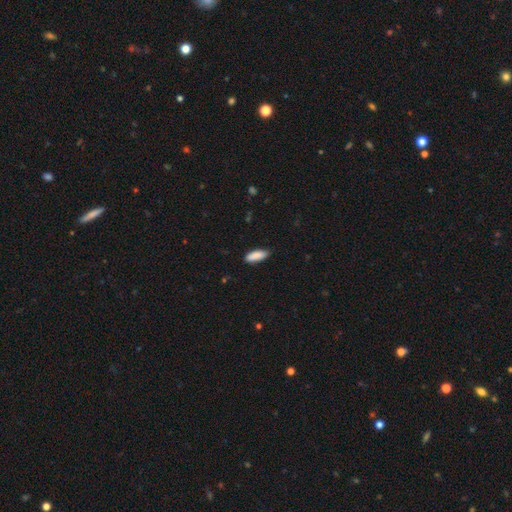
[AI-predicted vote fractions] Q: Smooth or featured?
A: smooth (89%); runner-up: star or artifact (6%)
Q: How rounded?
A: in between (69%); runner-up: cigar-shaped (29%)
Q: Merging?
A: none (82%); runner-up: minor disturbance (15%)